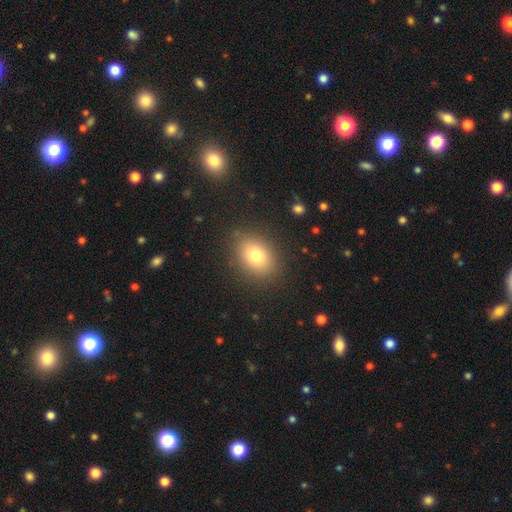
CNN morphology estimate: Q: Smooth or featured?
A: smooth (77%); runner-up: star or artifact (11%)
Q: How rounded?
A: in between (64%); runner-up: round (34%)
Q: Merging?
A: none (86%); runner-up: minor disturbance (10%)